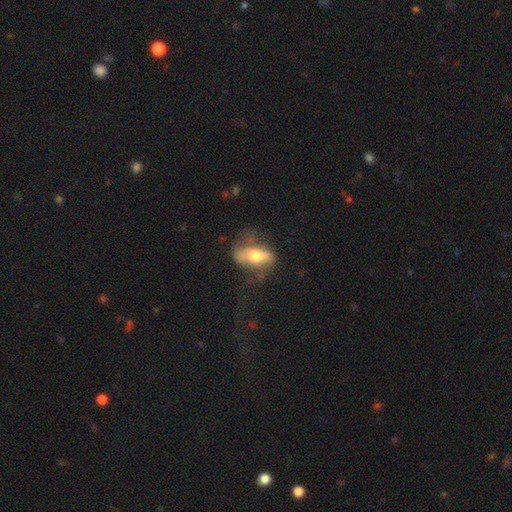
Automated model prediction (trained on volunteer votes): Overall: smooth (49%; featured or disk 43%). Merging: none (46%; major disturbance 26%).